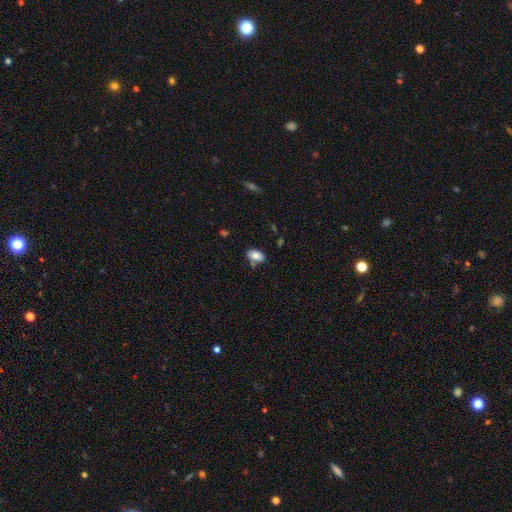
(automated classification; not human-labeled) smooth_or_featured: smooth (p=0.84) [alt: featured or disk p=0.08]
how_rounded: in between (p=0.90) [alt: round p=0.09]
merging: none (p=0.66) [alt: minor disturbance p=0.21]